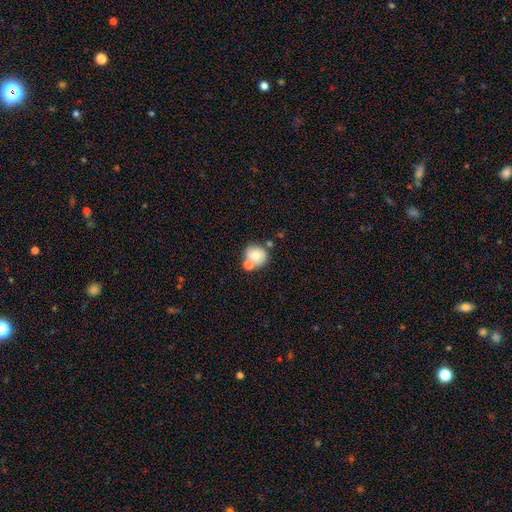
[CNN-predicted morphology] smooth 72%, featured or disk 19%, star or artifact 9%. Down the decision tree: how rounded — round (81%); merging — none (50%).